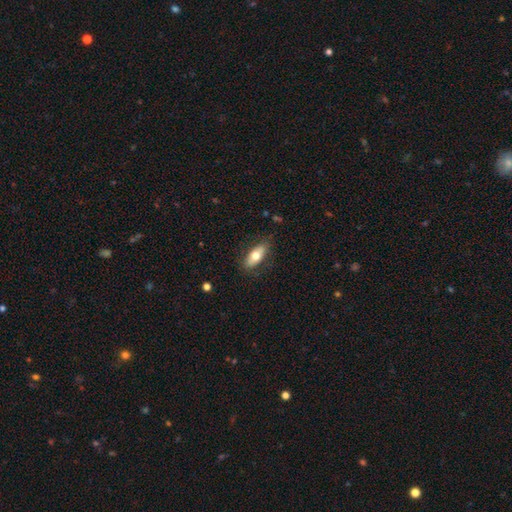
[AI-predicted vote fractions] Smooth or featured? Predicted: smooth (p=0.69). How rounded? Predicted: in between (p=0.80). Merging? Predicted: none (p=0.82).